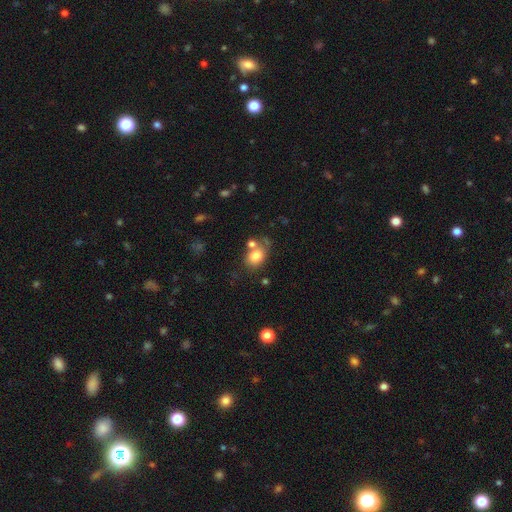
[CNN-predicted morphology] A smooth galaxy with no disk features (79%) that is in between round and cigar-shaped (56%).

Vote fractions:
- Smooth or featured? smooth: 79% / featured or disk: 11% / star or artifact: 10%
- How rounded? in between: 56% / round: 43% / cigar-shaped: 1%
- Merging? none: 55% / merger: 23% / minor disturbance: 16% / major disturbance: 6%